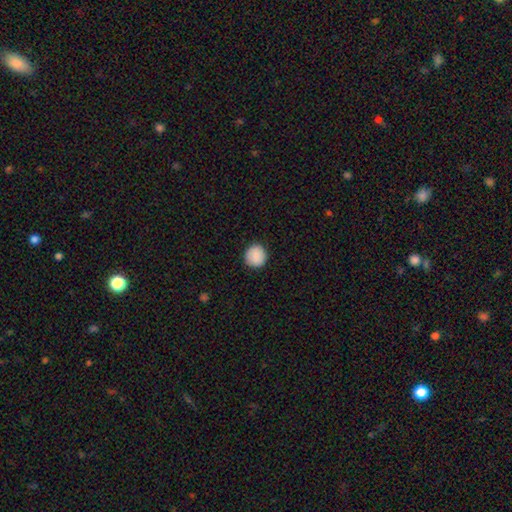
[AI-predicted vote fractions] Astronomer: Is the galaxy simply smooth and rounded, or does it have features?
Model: smooth — 89%.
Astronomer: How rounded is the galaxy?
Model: round — 93%.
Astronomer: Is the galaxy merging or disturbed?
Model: none — 91%.